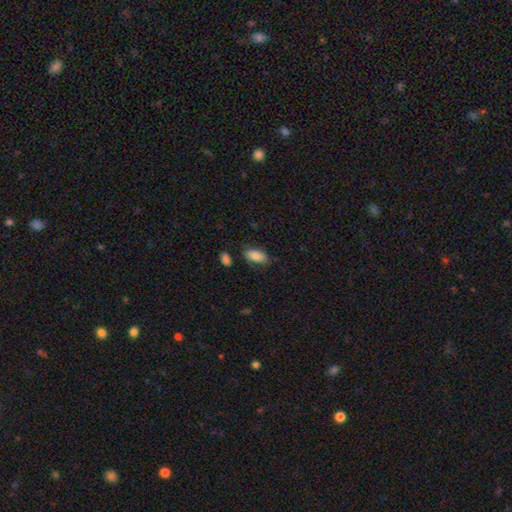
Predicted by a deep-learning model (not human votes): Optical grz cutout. It shows a smooth galaxy with no disk features (81%) that is in between round and cigar-shaped (91%). Merging: none (78%).